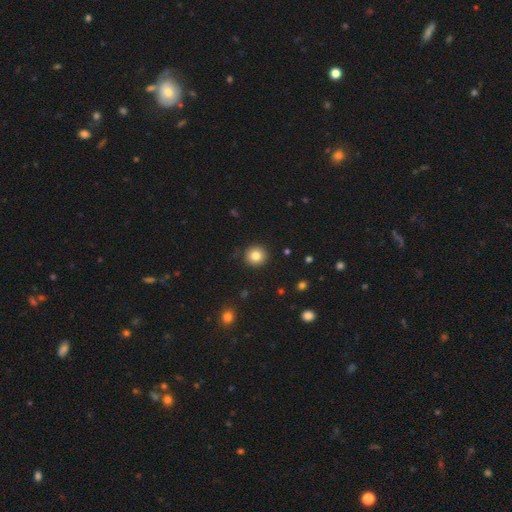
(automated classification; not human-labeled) Q: Smooth or featured?
A: smooth (82%); runner-up: star or artifact (10%)
Q: How rounded?
A: round (94%); runner-up: in between (5%)
Q: Merging?
A: none (91%); runner-up: minor disturbance (6%)